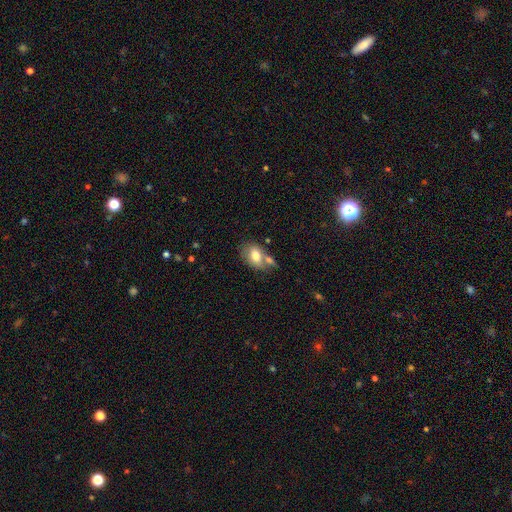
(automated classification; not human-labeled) A smooth galaxy with no disk features (74%) that is in between round and cigar-shaped (83%). Merging: none (44%).